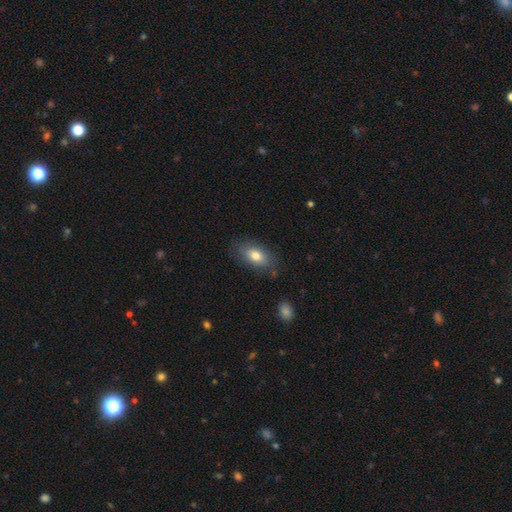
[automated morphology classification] type=smooth (78%); roundness=in between (88%); merging=none (77%).